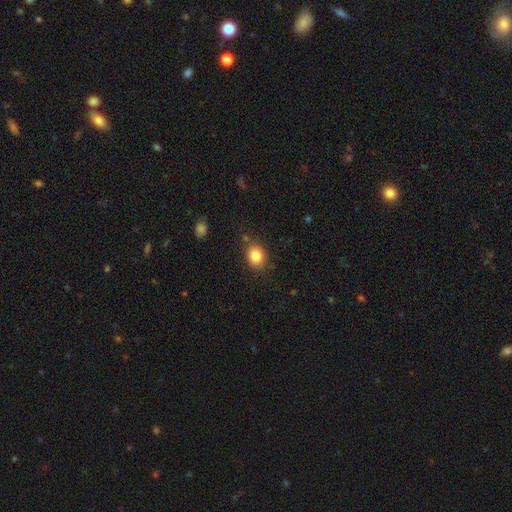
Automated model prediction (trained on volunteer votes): This is clearly a smooth galaxy (83%). How rounded: possibly round (57%). Merging: likely none (80%).